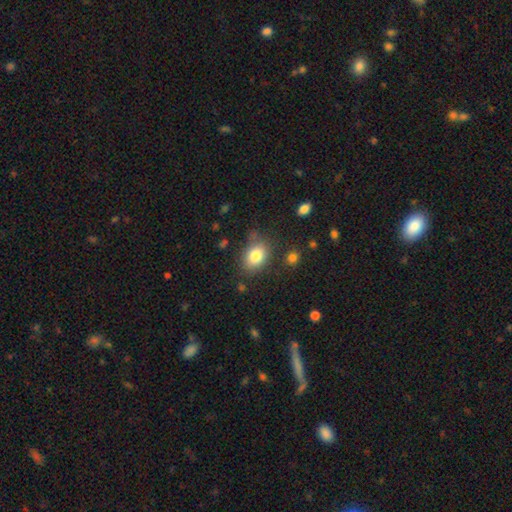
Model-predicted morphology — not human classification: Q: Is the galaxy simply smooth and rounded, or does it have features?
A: smooth — 82%.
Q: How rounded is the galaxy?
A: in between — 73%.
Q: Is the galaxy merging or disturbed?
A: none — 73%.